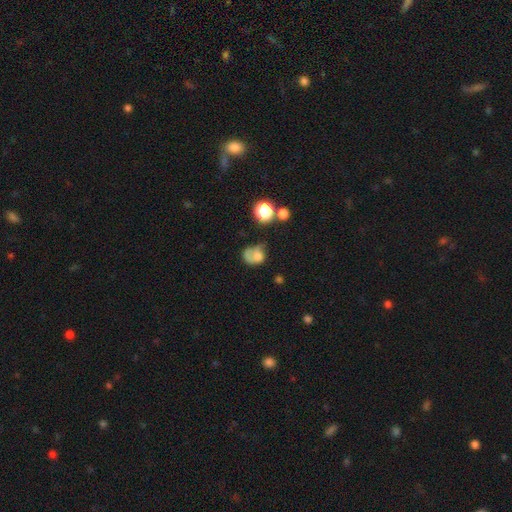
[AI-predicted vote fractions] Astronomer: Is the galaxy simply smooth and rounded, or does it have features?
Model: smooth — 59%.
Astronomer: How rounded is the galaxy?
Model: round — 51% (runner-up: in between, 47%).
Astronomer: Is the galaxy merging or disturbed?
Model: major disturbance — 39% (runner-up: none, 26%).